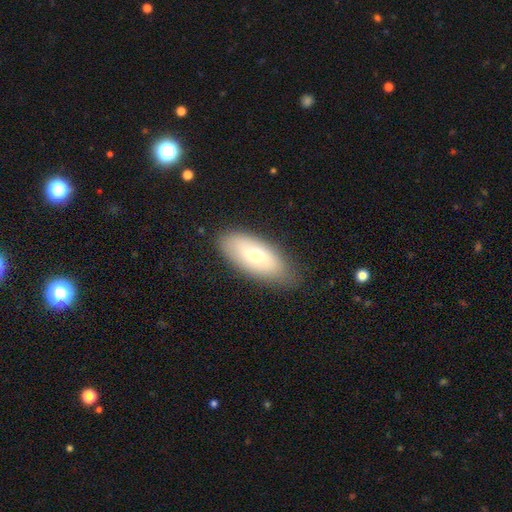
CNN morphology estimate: This appears to be a smooth galaxy with no disk features (61%) that is in between round and cigar-shaped (87%). Merging: none (81%).